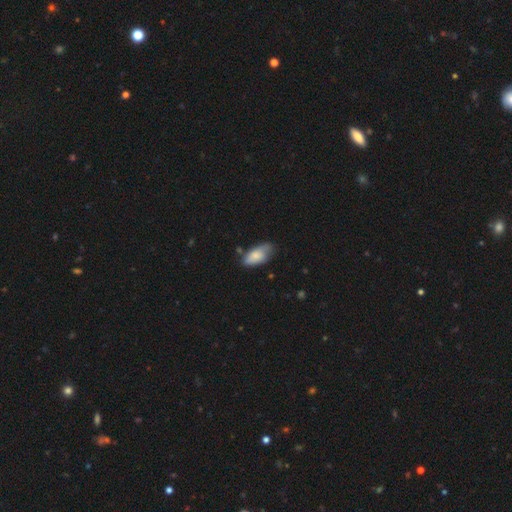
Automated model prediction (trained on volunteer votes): Smooth or featured: smooth — 78% (featured or disk — 16%)
How rounded: in between — 89% (cigar-shaped — 8%)
Merging: none — 55% (minor disturbance — 34%)